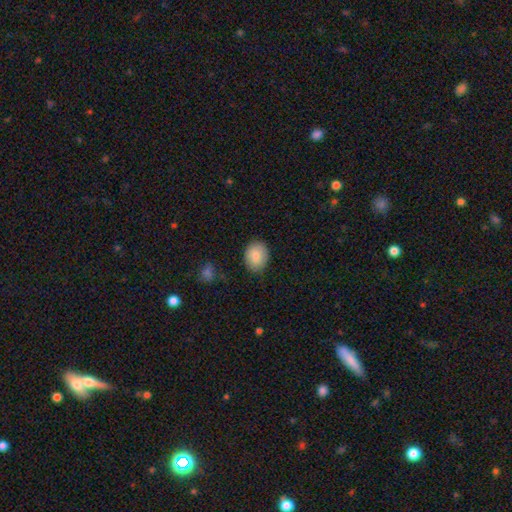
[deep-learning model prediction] Smooth or featured: smooth — 83% (featured or disk — 10%)
How rounded: in between — 53% (round — 47%)
Merging: none — 81% (minor disturbance — 15%)